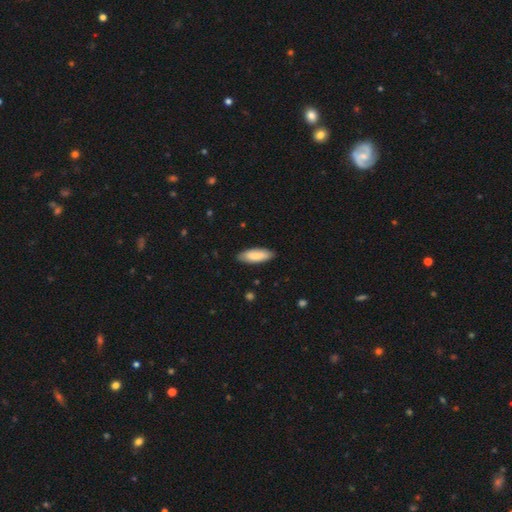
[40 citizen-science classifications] Smooth or featured? 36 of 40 (90%) said smooth. How rounded? 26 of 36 (72%) said in between. Merging? 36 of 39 (92%) said none.